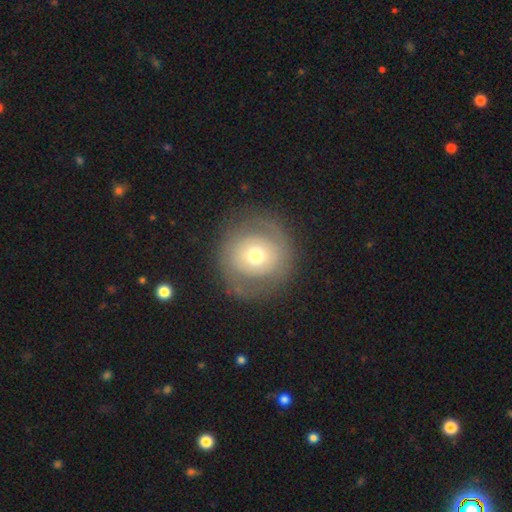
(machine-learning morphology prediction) The model was most divided on "smooth or featured": smooth: 52%, featured or disk: 40%, star or artifact: 8%. More confident: how rounded — round (91%); merging — none (78%).